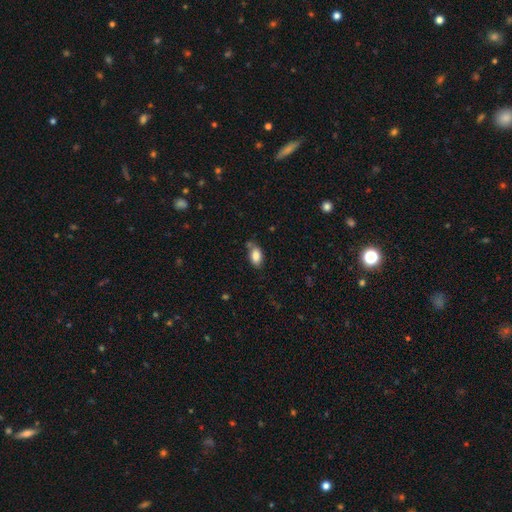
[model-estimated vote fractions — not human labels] Overall: smooth (85%). How rounded: in between (91%). Merging: none (67%).